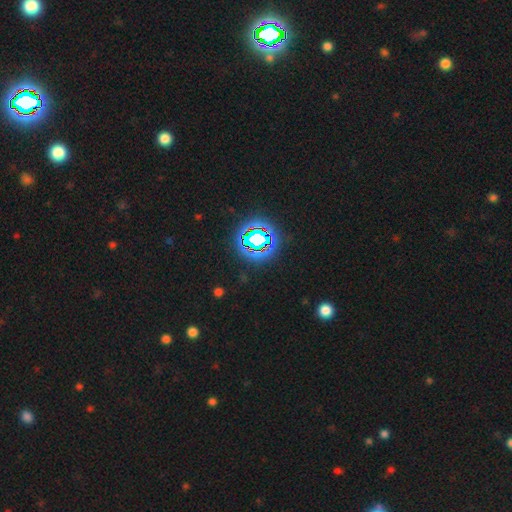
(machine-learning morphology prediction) This is clearly a star or artifact rather than a galaxy (81%).